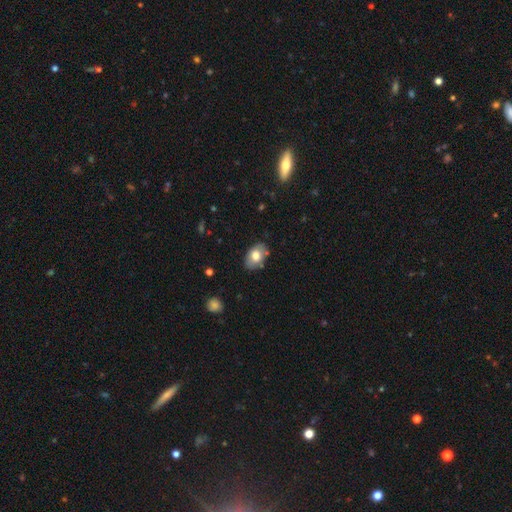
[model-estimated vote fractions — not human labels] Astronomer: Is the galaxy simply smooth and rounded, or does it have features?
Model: smooth — 72%.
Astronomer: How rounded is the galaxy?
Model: in between — 86%.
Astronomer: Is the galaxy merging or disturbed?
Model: none — 78%.